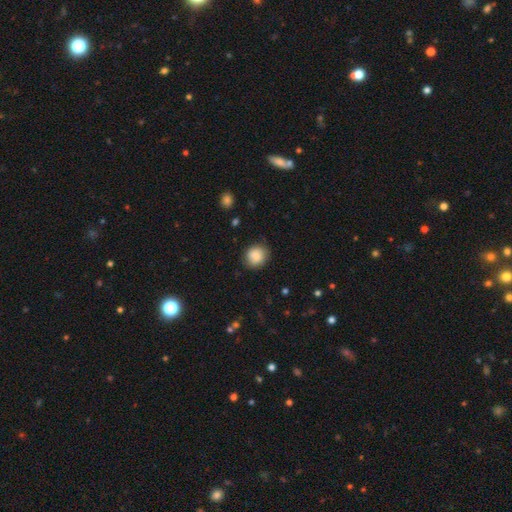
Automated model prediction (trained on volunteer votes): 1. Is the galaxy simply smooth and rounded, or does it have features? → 86% smooth, 8% star or artifact, 6% featured or disk.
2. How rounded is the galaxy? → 79% round, 20% in between, 1% cigar-shaped.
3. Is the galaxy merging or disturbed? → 82% none, 13% minor disturbance, 3% major disturbance, 1% merger.